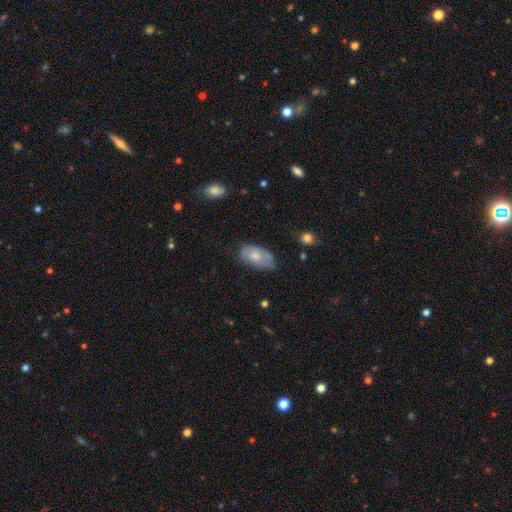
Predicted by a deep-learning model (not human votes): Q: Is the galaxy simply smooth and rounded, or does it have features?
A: smooth — 57%.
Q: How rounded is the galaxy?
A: in between — 91%.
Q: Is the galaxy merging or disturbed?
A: none — 56%.